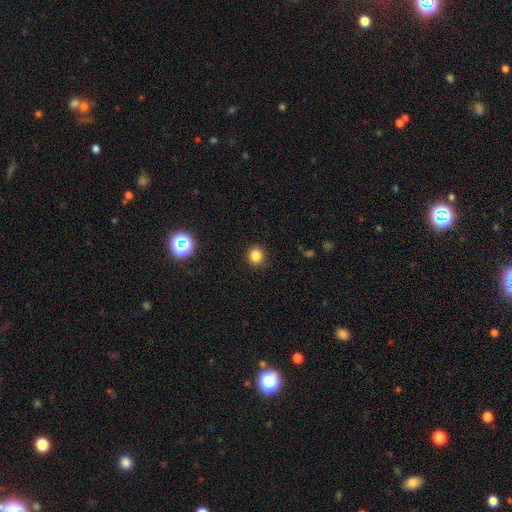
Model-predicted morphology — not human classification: Smooth or featured?
  - smooth: 83% *
  - star or artifact: 13%
  - featured or disk: 4%
How rounded?
  - round: 89% *
  - in between: 10%
  - cigar-shaped: 1%
Merging?
  - none: 91% *
  - minor disturbance: 6%
  - major disturbance: 2%
  - merger: 1%